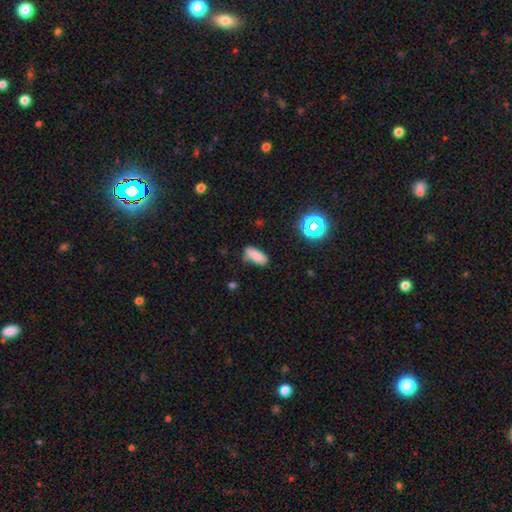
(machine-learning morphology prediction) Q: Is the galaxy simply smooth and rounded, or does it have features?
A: smooth — 83%.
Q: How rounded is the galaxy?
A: in between — 74%.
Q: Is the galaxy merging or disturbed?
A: none — 72%.